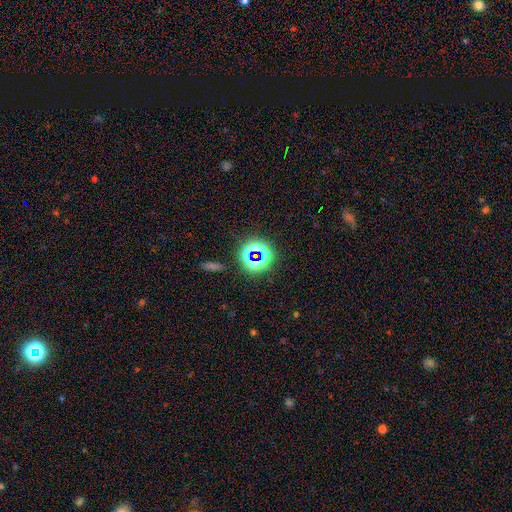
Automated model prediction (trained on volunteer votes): Smooth or featured? Predicted: star or artifact (p=0.66).